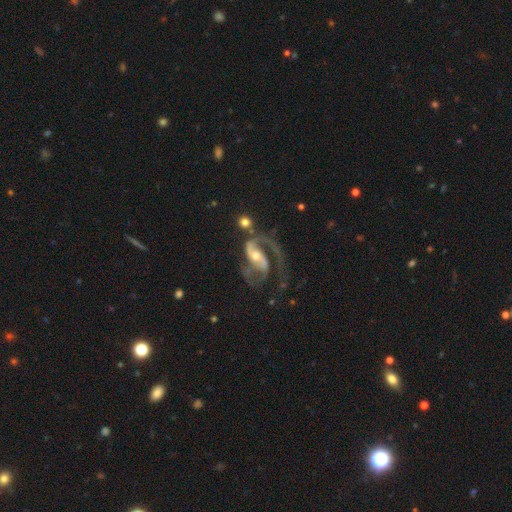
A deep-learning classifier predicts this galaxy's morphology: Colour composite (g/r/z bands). It shows a featured or disk galaxy (87%) with a weak bar (38%, tied with no), 2 (61%) medium (47%) spiral arms (94%) and a moderate central bulge (52%). Merging: major disturbance (40%).